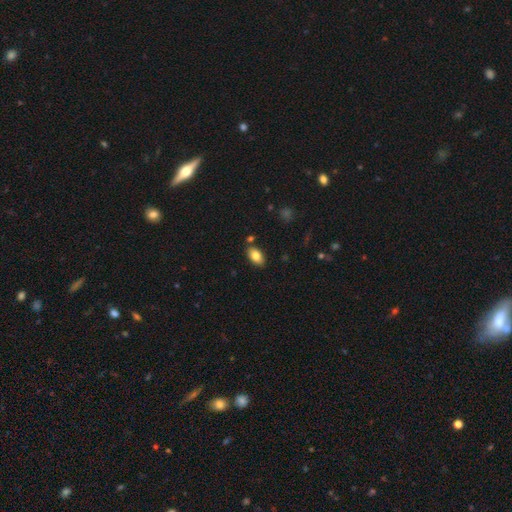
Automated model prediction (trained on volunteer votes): Morphology: type=smooth (83%); roundness=in between (92%); merging=none (82%).